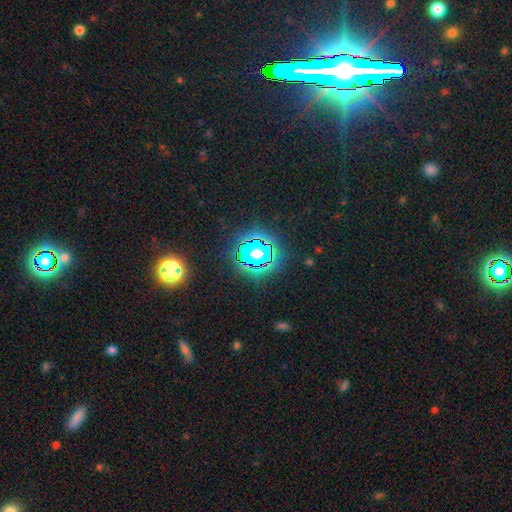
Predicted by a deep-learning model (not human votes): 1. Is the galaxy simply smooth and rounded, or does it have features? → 82% star or artifact, 10% smooth, 8% featured or disk.